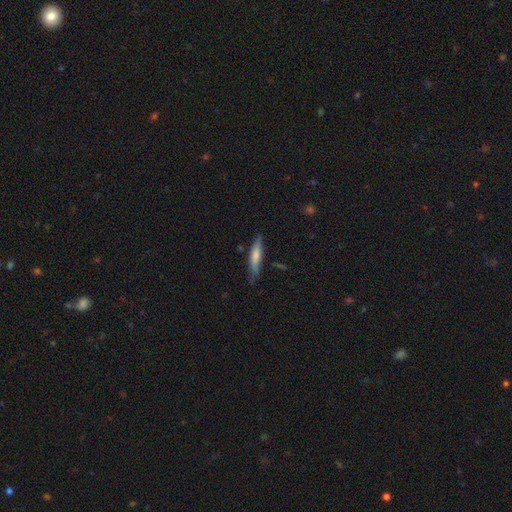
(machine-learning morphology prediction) type=smooth (64%); roundness=cigar-shaped (83%); merging=none (73%).